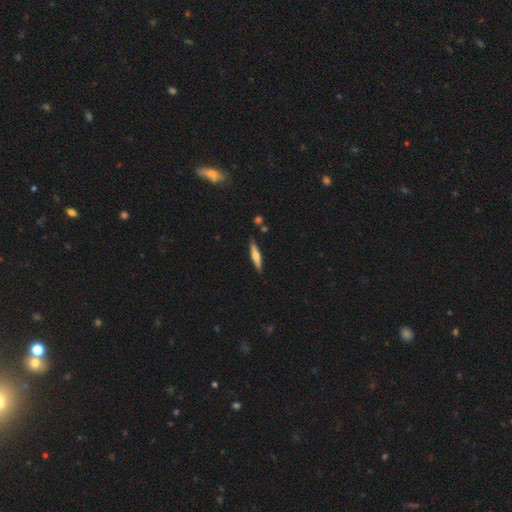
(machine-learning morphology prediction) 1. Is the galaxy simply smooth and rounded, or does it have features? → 48% featured or disk, 47% smooth, 6% star or artifact.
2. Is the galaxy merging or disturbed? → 86% none, 9% minor disturbance, 3% merger, 2% major disturbance.